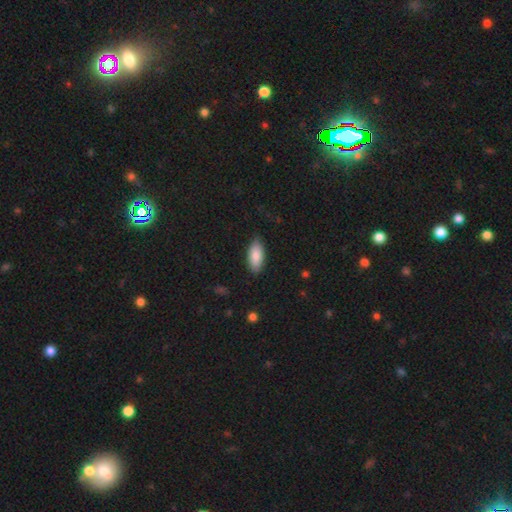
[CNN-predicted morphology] Q: Smooth or featured?
A: smooth (87%); runner-up: featured or disk (7%)
Q: How rounded?
A: in between (87%); runner-up: cigar-shaped (11%)
Q: Merging?
A: none (84%); runner-up: minor disturbance (13%)